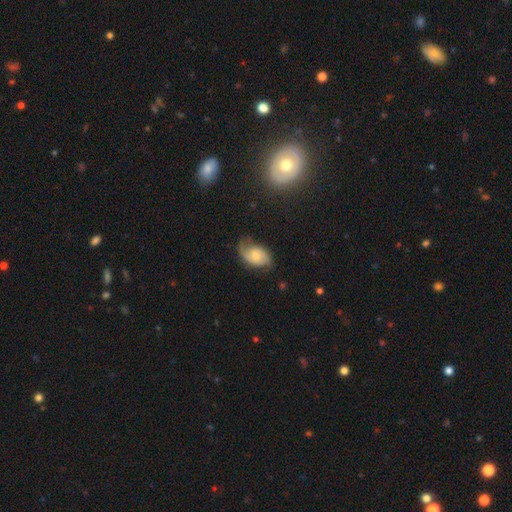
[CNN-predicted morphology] Overall: featured or disk (62%; smooth 30%). Edge-on disk: no (96%). Bar: no (64%; weak 31%). Spiral arms: yes (91%). Spiral arm count: 2 (76%). Spiral winding: medium (44%; loose 31%). Bulge size: small (50%; moderate 37%). Merging: none (61%; minor disturbance 26%).